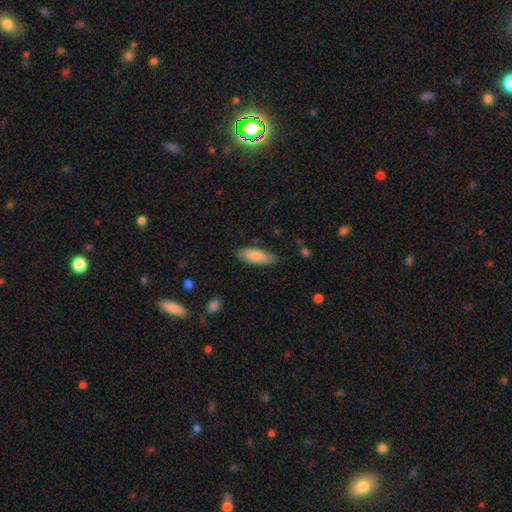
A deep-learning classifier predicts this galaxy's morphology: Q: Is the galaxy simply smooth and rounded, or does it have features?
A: smooth — 82%.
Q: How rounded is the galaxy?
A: in between — 69%.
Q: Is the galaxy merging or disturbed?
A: none — 81%.